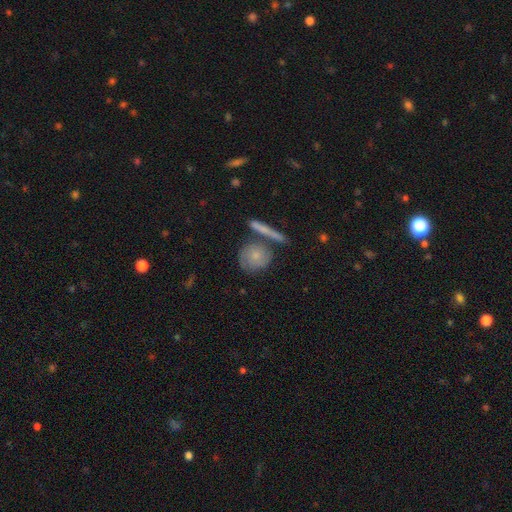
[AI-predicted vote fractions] Smooth or featured? smooth (61%)
How rounded? round (75%)
Merging? none (63%)